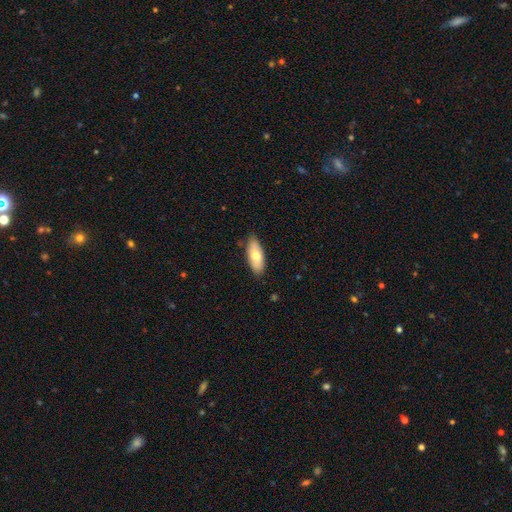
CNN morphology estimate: smooth-or-featured: smooth: 71% | featured or disk: 23% | star or artifact: 6%
  how-rounded: in between: 81% | cigar-shaped: 17% | round: 2%
  merging: none: 84% | minor disturbance: 13% | major disturbance: 2% | merger: 1%